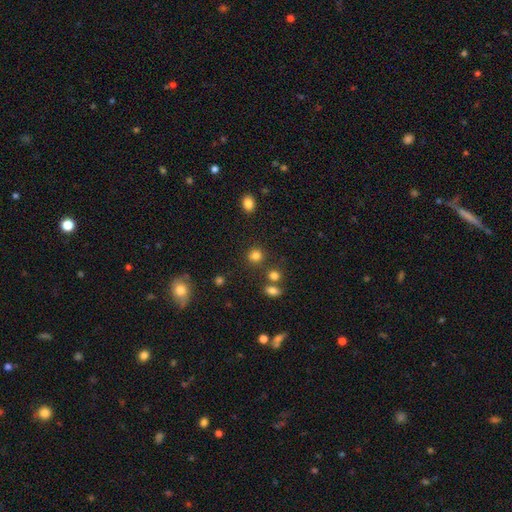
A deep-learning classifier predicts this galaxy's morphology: smooth 81%, star or artifact 14%, featured or disk 5%. Down the decision tree: how rounded — round (87%); merging — none (80%).